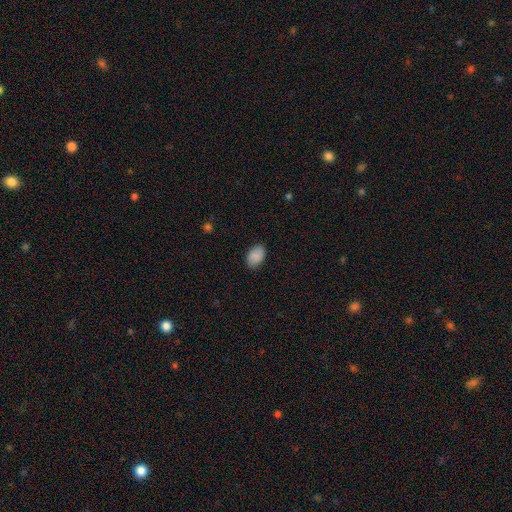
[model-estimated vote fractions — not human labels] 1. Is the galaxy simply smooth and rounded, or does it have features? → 89% smooth, 7% star or artifact, 4% featured or disk.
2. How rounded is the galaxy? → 89% in between, 10% round, 1% cigar-shaped.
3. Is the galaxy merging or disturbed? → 85% none, 11% minor disturbance, 2% major disturbance, 1% merger.